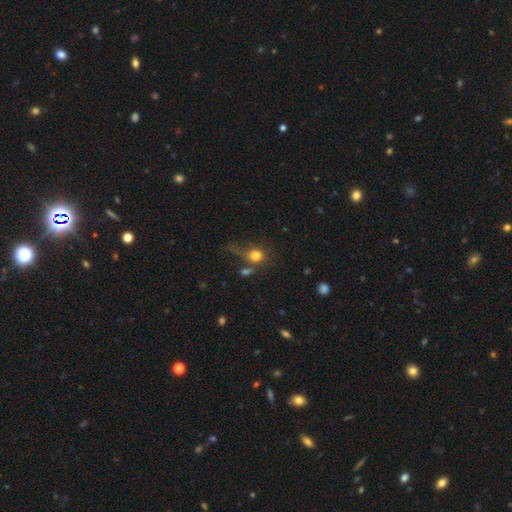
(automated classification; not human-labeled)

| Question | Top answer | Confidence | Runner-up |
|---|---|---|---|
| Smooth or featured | smooth | 78% | star or artifact (12%) |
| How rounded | round | 77% | in between (22%) |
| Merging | none | 40% | major disturbance (23%) |